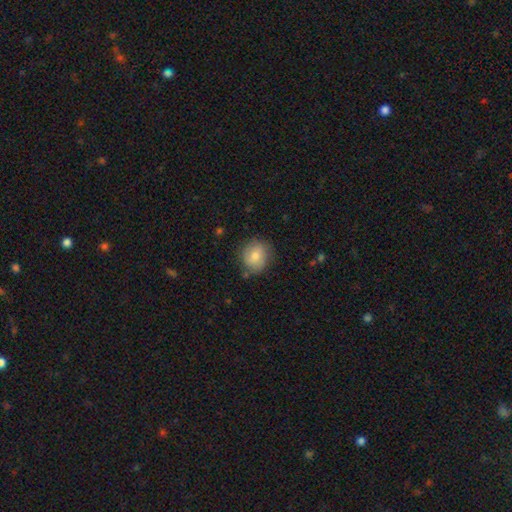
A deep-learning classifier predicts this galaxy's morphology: Smooth or featured? Predicted: smooth (p=0.76). How rounded? Predicted: round (p=0.77). Merging? Predicted: none (p=0.78).